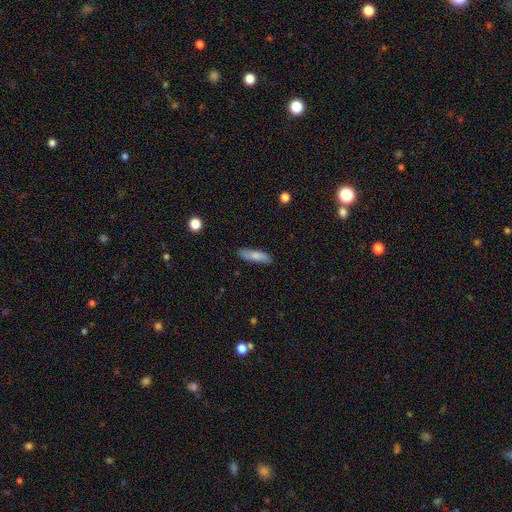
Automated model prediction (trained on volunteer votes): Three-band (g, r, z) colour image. It shows a smooth galaxy with no disk features (76%) that is cigar-shaped (65%). Merging: none (80%).